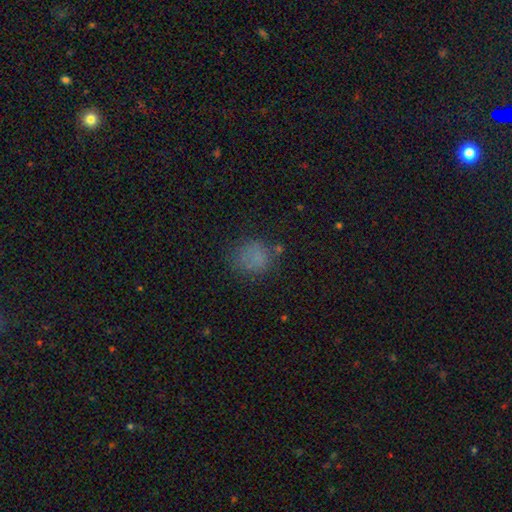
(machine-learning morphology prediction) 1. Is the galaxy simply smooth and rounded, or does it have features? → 70% smooth, 18% star or artifact, 11% featured or disk.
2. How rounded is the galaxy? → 73% round, 26% in between, 1% cigar-shaped.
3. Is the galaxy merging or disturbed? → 66% none, 20% minor disturbance, 10% major disturbance, 4% merger.